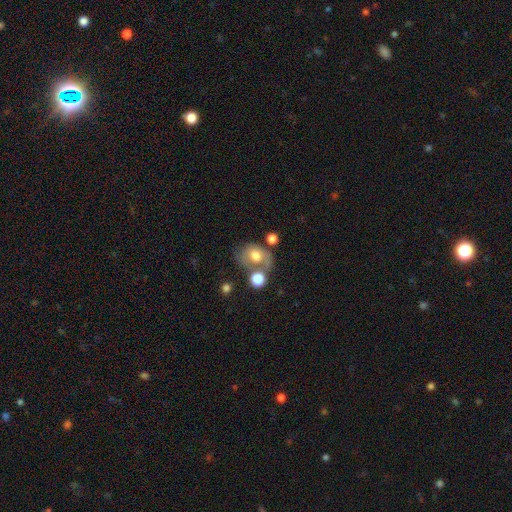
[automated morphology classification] The model was most divided on "smooth or featured": smooth: 46%, featured or disk: 44%, star or artifact: 10%. Remaining: merging — none (37%).